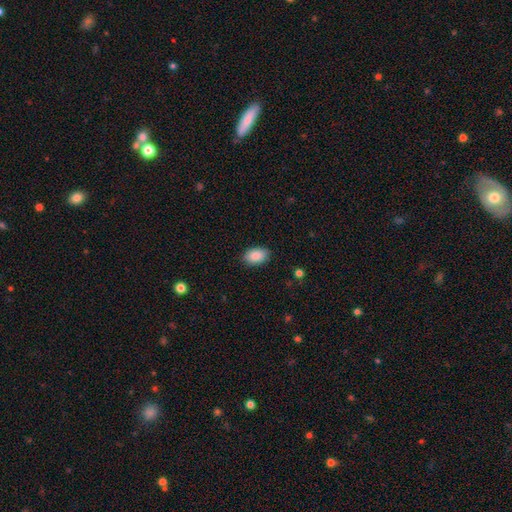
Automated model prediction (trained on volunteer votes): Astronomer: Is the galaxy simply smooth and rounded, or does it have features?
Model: smooth — 89%.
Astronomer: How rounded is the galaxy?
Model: in between — 90%.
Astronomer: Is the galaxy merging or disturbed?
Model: none — 88%.